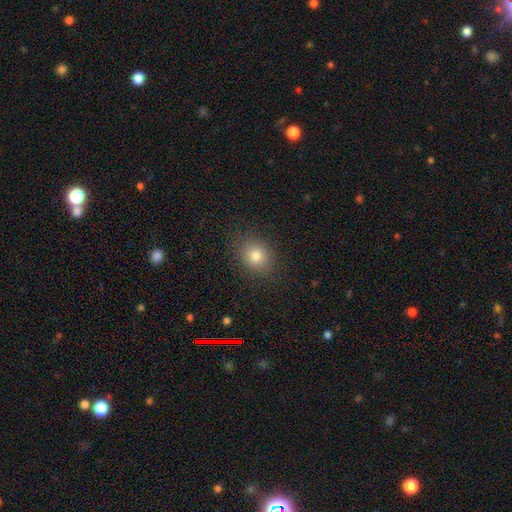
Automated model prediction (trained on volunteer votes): Overall: smooth (79%). How rounded: round (62%; in between 37%). Merging: none (87%).